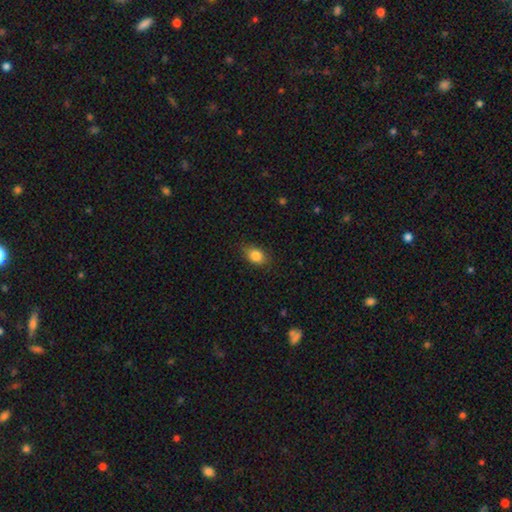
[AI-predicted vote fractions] Smooth or featured?
  - smooth: 84% *
  - star or artifact: 9%
  - featured or disk: 7%
How rounded?
  - in between: 72% *
  - round: 26%
  - cigar-shaped: 2%
Merging?
  - none: 81% *
  - minor disturbance: 15%
  - major disturbance: 3%
  - merger: 1%